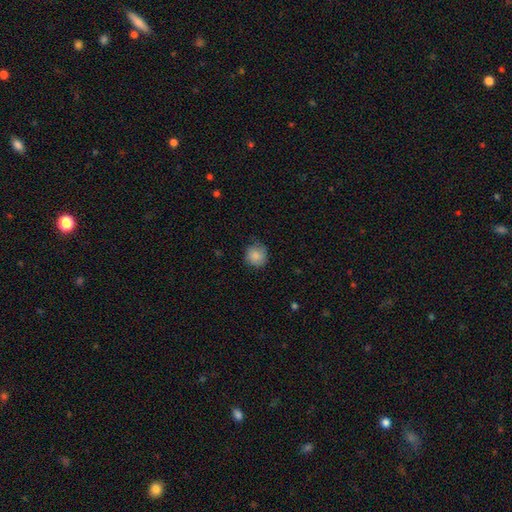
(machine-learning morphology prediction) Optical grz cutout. It shows a smooth galaxy with no disk features (84%) that is round (89%). Merging: none (75%).